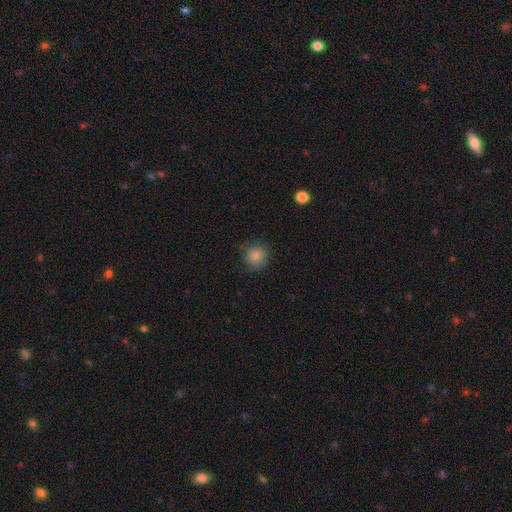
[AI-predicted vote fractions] A smooth galaxy with no disk features (85%) that is round (92%). Merging: none (83%).